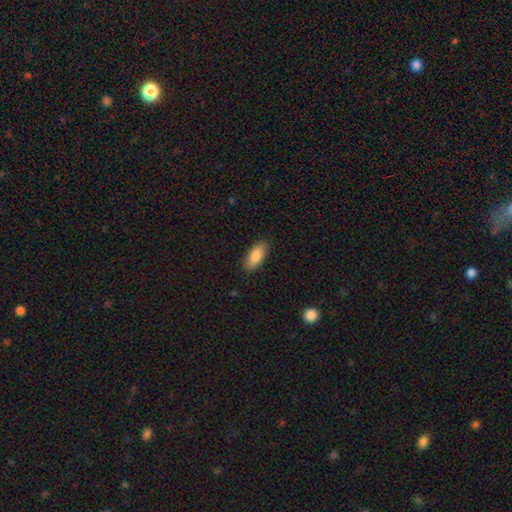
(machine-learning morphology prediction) This is clearly a smooth galaxy (84%). How rounded: clearly in between (82%). Merging: clearly none (86%).